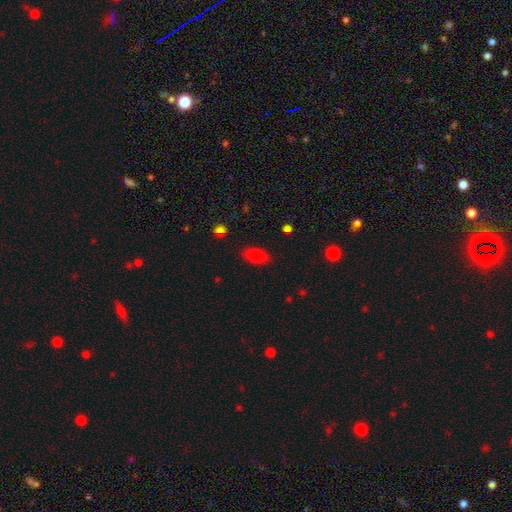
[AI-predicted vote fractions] smooth_or_featured: smooth (p=0.83) [alt: star or artifact p=0.10]
how_rounded: in between (p=0.90) [alt: round p=0.06]
merging: none (p=0.84) [alt: minor disturbance p=0.11]